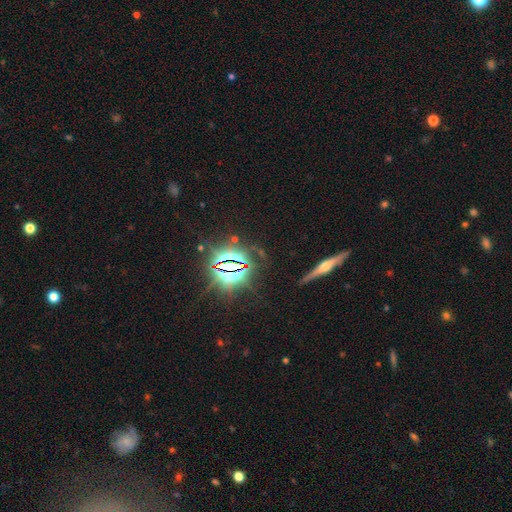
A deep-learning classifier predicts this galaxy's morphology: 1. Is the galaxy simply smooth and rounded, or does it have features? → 64% star or artifact, 24% featured or disk, 12% smooth.